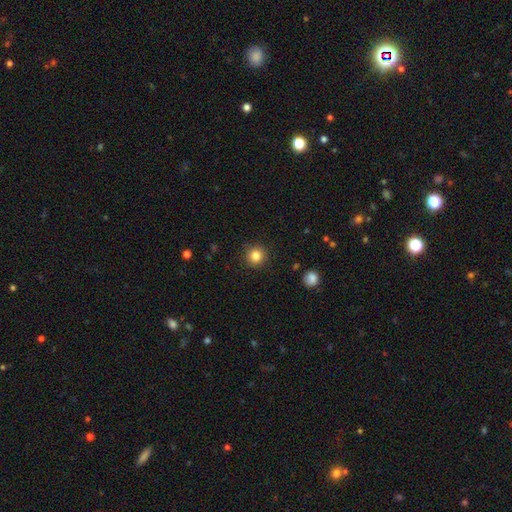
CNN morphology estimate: This is clearly a smooth galaxy (84%). How rounded: clearly round (95%). Merging: clearly none (91%).